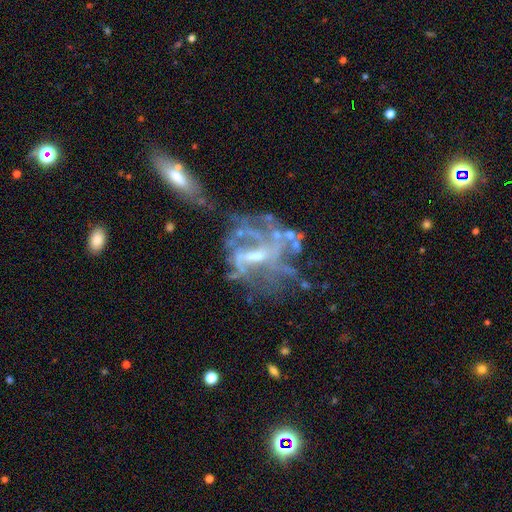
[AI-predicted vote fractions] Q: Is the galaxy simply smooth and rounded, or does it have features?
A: featured or disk — 80%.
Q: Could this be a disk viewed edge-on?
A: no — 97%.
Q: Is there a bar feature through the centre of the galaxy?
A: weak — 43%.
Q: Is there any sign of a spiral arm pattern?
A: yes — 62%.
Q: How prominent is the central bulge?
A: small — 43%.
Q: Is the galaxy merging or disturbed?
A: major disturbance — 34%, tied with none.